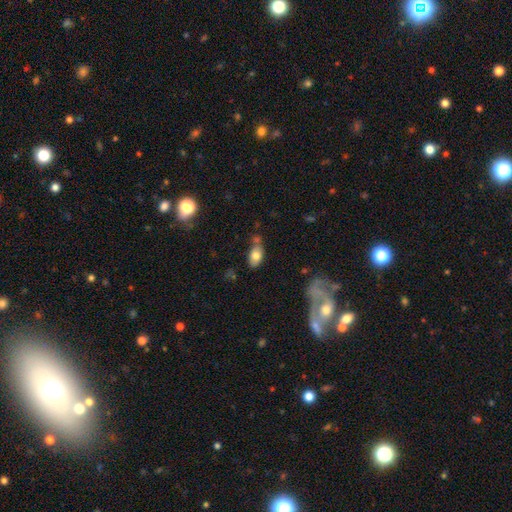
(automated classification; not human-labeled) A smooth galaxy with no disk features (74%) that is in between round and cigar-shaped (88%).

Vote fractions:
- Smooth or featured? smooth: 74% / featured or disk: 18% / star or artifact: 8%
- How rounded? in between: 88% / round: 8% / cigar-shaped: 4%
- Merging? none: 53% / minor disturbance: 23% / merger: 16% / major disturbance: 8%